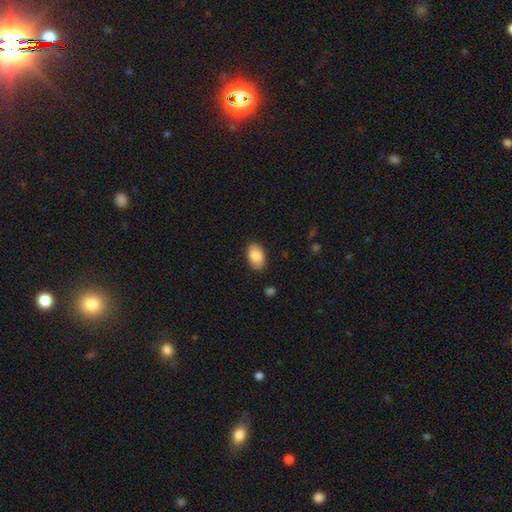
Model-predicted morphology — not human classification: Smooth or featured? smooth (85%)
How rounded? in between (93%)
Merging? none (87%)